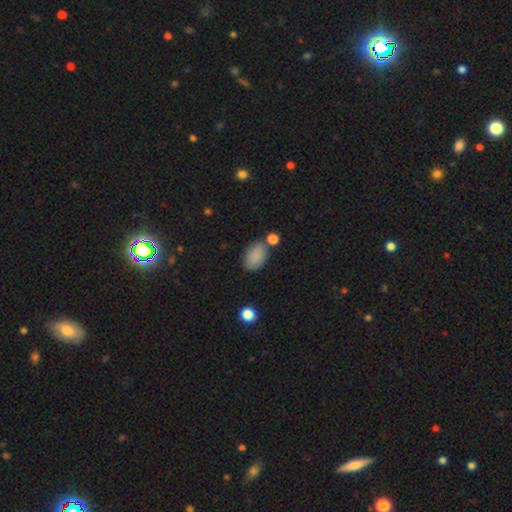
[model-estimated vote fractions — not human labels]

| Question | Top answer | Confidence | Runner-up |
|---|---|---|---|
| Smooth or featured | smooth | 86% | star or artifact (8%) |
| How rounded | in between | 91% | round (8%) |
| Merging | none | 68% | minor disturbance (16%) |